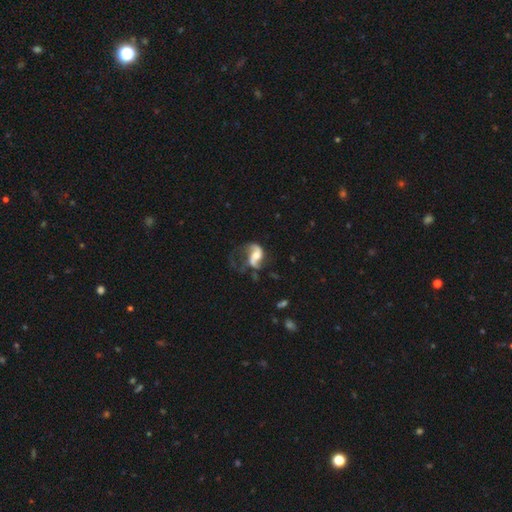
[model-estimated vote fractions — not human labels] Smooth or featured? featured or disk (78%)
Edge-on disk? no (97%)
Bar? no (46%)
Spiral arms? yes (90%)
Spiral winding? loose (63%)
Spiral arm count? 2 (80%)
Bulge size? moderate (50%)
Merging? major disturbance (39%)